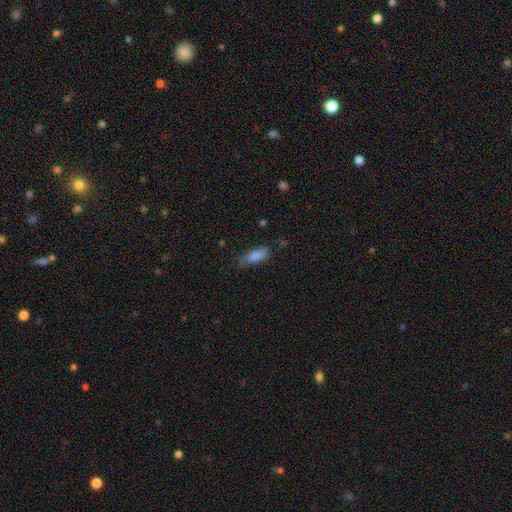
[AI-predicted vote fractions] Overall: smooth (79%). How rounded: in between (60%; cigar-shaped 38%). Merging: none (75%).